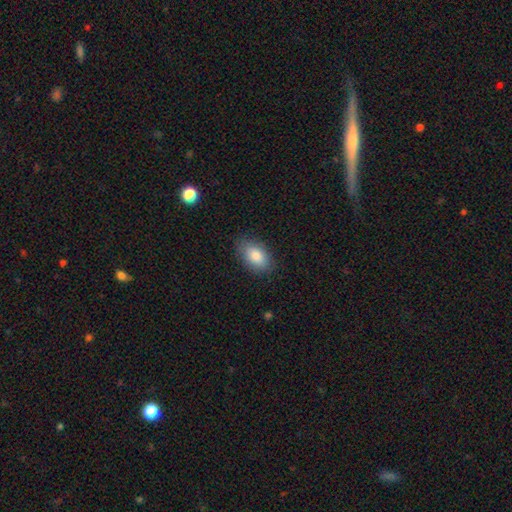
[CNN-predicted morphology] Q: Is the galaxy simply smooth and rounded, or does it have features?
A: smooth — 84%.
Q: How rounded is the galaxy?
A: in between — 91%.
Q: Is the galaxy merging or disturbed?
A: none — 82%.